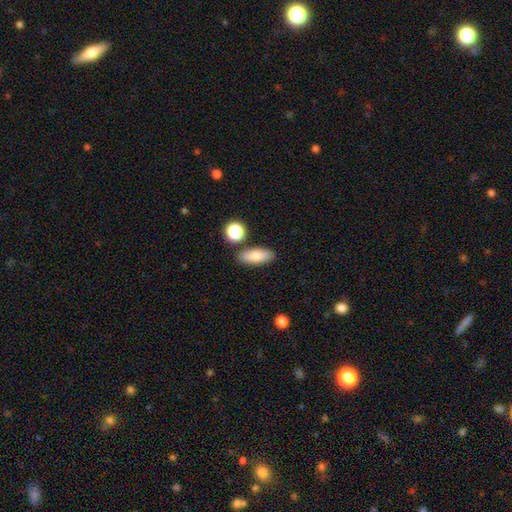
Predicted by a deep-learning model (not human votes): The model was most divided on "how rounded": in between: 75%, cigar-shaped: 21%, round: 5%. More confident: smooth or featured — smooth (81%); merging — none (80%).